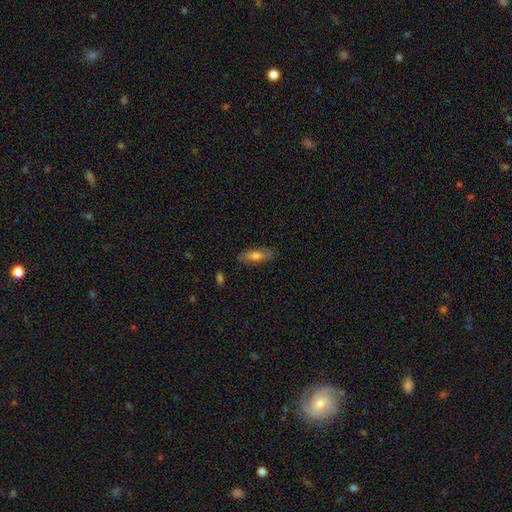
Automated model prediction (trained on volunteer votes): Overall: smooth (64%; featured or disk 29%). How rounded: in between (56%; cigar-shaped 41%). Merging: none (81%).